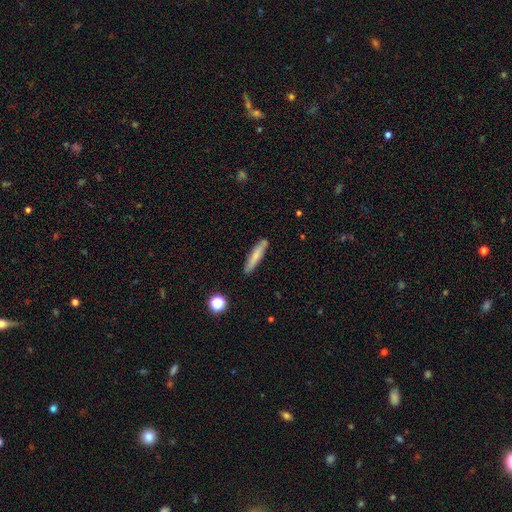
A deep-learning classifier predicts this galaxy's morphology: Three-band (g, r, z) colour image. It shows a smooth galaxy with no disk features (70%) that is cigar-shaped (89%). Merging: none (85%).